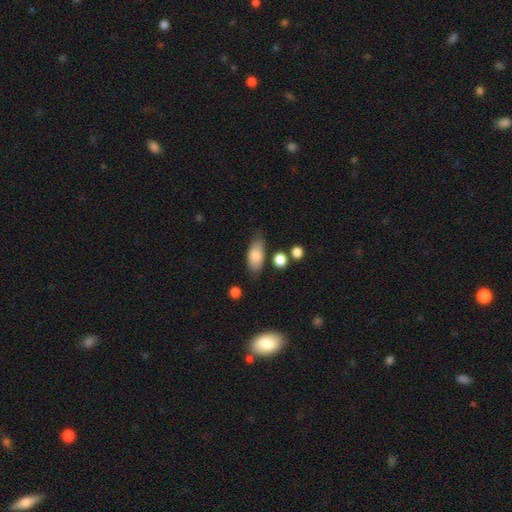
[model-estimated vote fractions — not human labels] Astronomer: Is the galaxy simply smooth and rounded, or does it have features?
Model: smooth — 81%.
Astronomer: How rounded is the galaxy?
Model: in between — 85%.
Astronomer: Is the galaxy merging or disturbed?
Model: none — 70%.